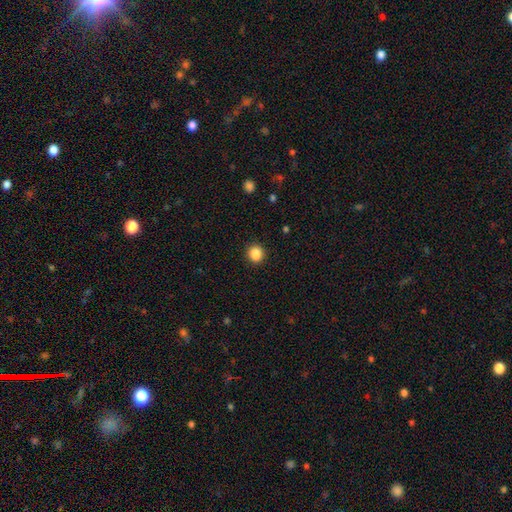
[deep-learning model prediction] Smooth or featured? smooth (86%)
How rounded? round (82%)
Merging? none (91%)